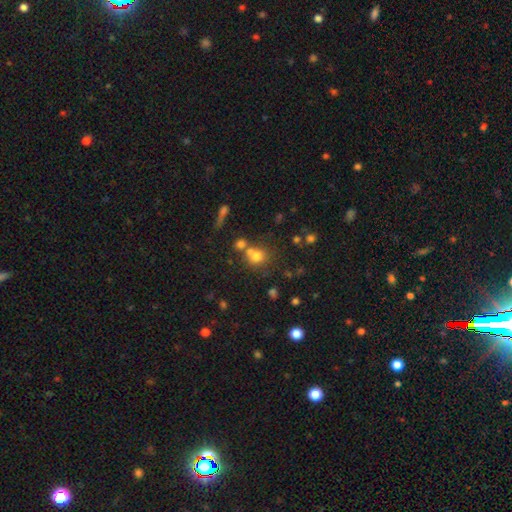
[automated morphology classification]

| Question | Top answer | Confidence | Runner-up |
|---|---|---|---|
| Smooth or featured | smooth | 70% | star or artifact (17%) |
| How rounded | round | 81% | in between (18%) |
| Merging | none | 47% | merger (38%) |